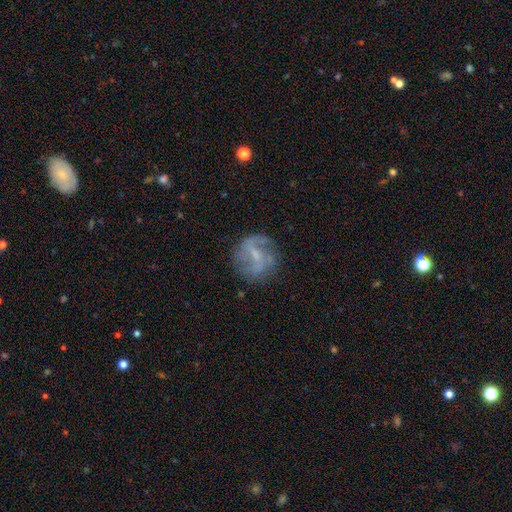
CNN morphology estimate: This appears to be a featured or disk galaxy (71%) with a weak bar (51%), 2 (68%) loose (48%) spiral arms (83%) and a small central bulge (53%). Merging: none (70%).